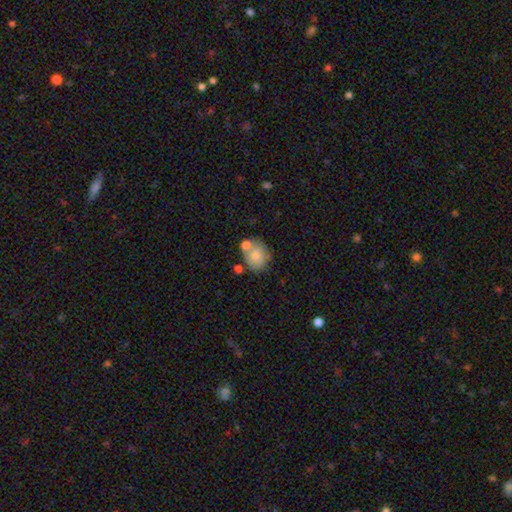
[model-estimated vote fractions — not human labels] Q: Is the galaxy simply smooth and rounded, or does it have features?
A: smooth — 76%.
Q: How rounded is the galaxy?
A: round — 53%.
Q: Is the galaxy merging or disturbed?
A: none — 51%.